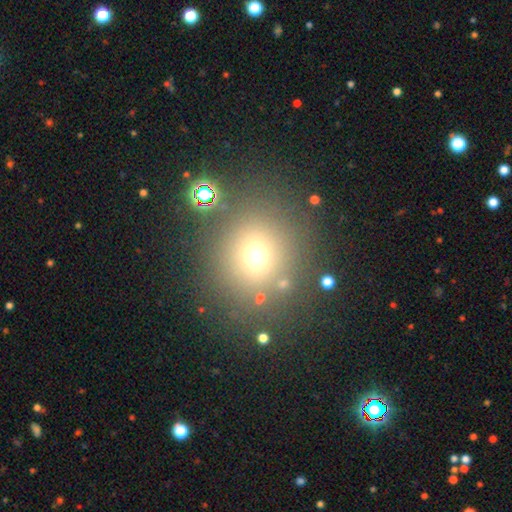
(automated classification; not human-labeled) The model was most divided on "smooth or featured": smooth: 64%, star or artifact: 25%, featured or disk: 11%. More confident: how rounded — round (88%); merging — none (80%).